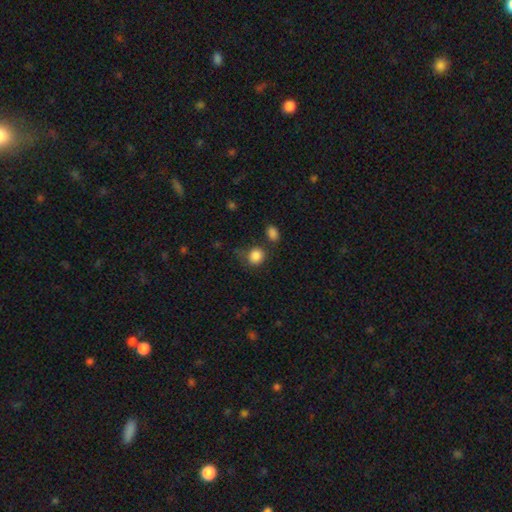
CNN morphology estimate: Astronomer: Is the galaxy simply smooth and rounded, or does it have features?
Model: smooth — 86%.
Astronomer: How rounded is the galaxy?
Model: round — 81%.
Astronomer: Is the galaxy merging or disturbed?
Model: none — 68%.